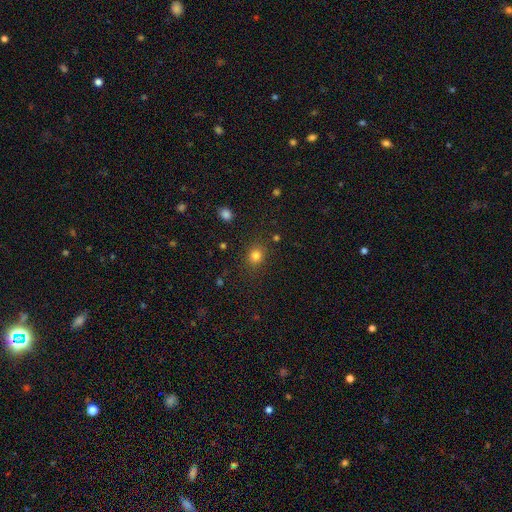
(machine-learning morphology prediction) Overall: smooth (81%). How rounded: round (71%). Merging: none (85%).